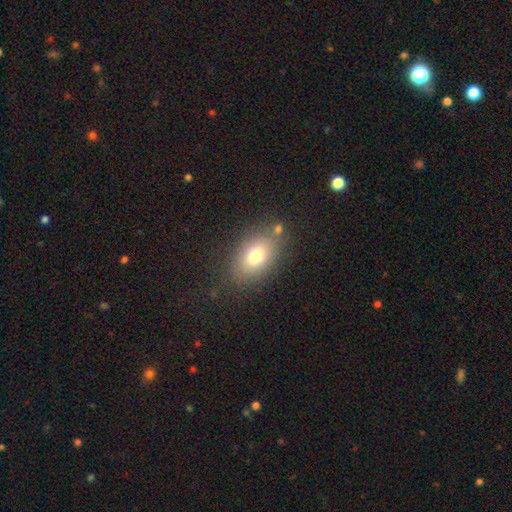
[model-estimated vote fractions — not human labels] Q: Smooth or featured?
A: smooth (75%); runner-up: featured or disk (14%)
Q: How rounded?
A: in between (82%); runner-up: round (16%)
Q: Merging?
A: none (75%); runner-up: minor disturbance (14%)